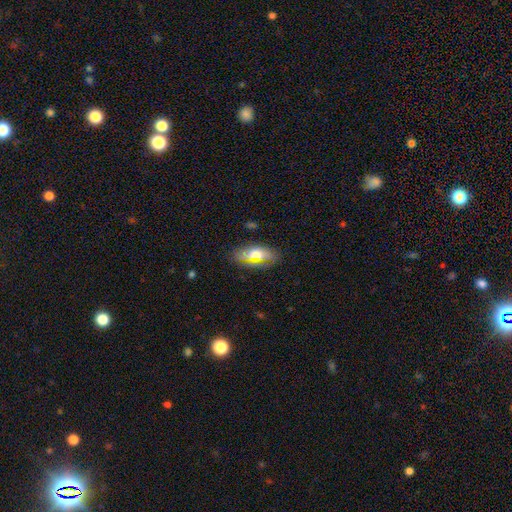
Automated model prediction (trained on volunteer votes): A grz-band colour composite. It shows a smooth galaxy with no disk features (62%) that is in between round and cigar-shaped (83%). Merging: none (77%).